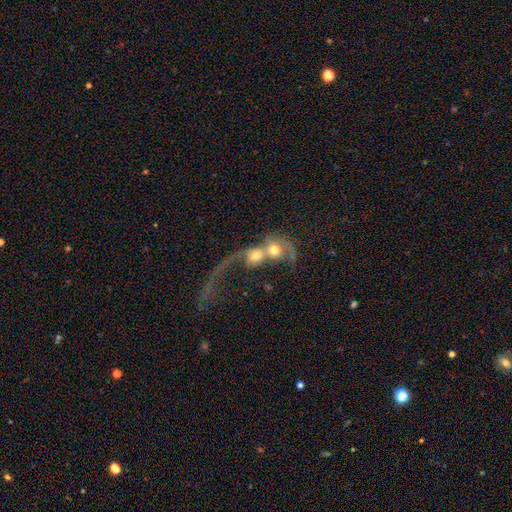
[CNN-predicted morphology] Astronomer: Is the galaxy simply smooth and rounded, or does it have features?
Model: smooth — 45% (runner-up: featured or disk, 43%).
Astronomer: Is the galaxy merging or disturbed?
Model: merger — 78%.